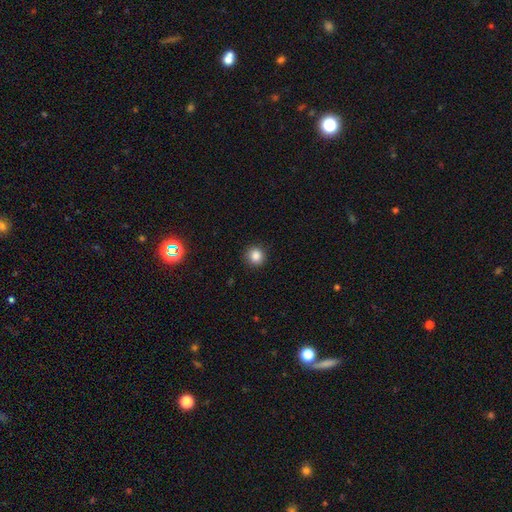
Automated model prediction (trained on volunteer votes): Q: Smooth or featured?
A: smooth (85%); runner-up: star or artifact (11%)
Q: How rounded?
A: round (91%); runner-up: in between (8%)
Q: Merging?
A: none (91%); runner-up: minor disturbance (6%)